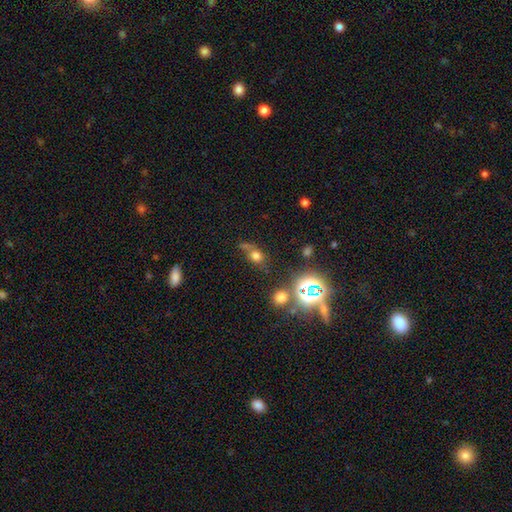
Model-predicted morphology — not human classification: The model was most divided on "how rounded": round: 56%, in between: 41%, cigar-shaped: 3%. Remaining: smooth or featured — smooth (65%); merging — none (50%).